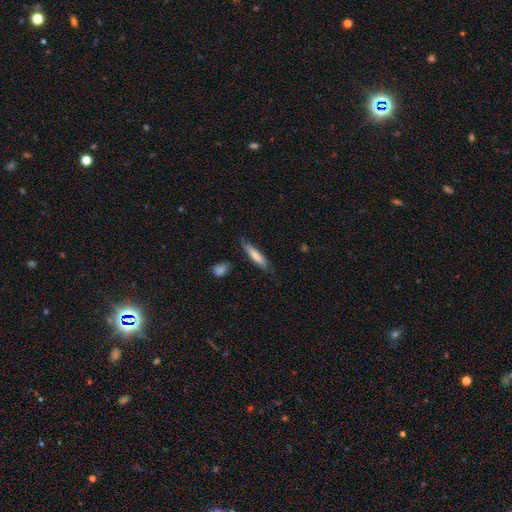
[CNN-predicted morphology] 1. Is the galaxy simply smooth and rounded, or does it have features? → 76% smooth, 18% featured or disk, 6% star or artifact.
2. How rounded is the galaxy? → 80% cigar-shaped, 19% in between, 1% round.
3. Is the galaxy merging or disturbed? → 72% none, 20% minor disturbance, 4% major disturbance, 3% merger.